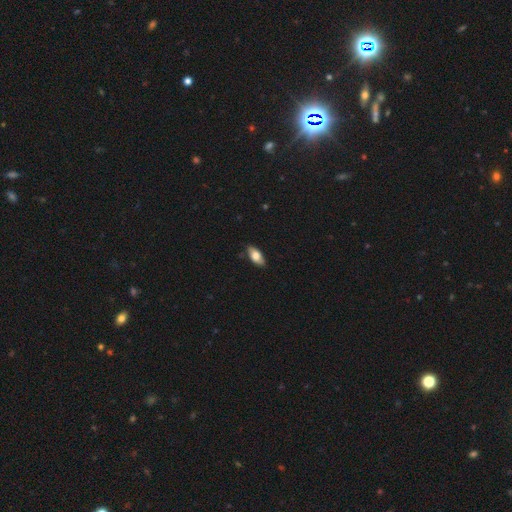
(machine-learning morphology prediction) Overall: smooth (72%). How rounded: in between (88%). Merging: none (82%).